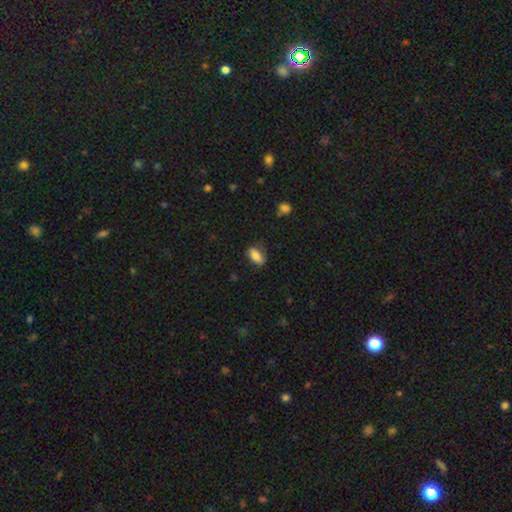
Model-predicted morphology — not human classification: This is likely a smooth galaxy (80%). How rounded: clearly in between (89%). Merging: likely none (72%).